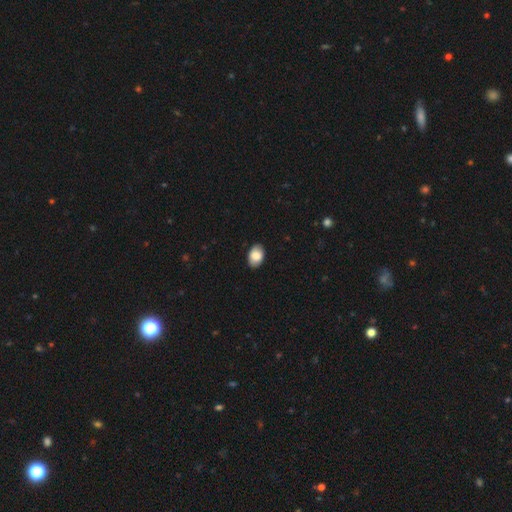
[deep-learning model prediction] Smooth or featured? smooth (84%)
How rounded? in between (88%)
Merging? none (87%)